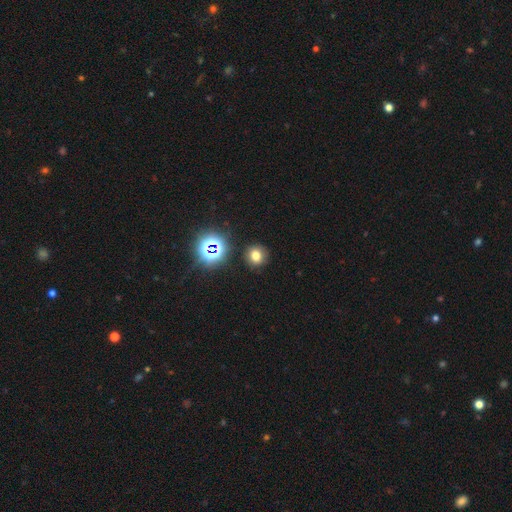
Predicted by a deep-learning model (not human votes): Smooth or featured? smooth (70%)
How rounded? round (87%)
Merging? none (88%)